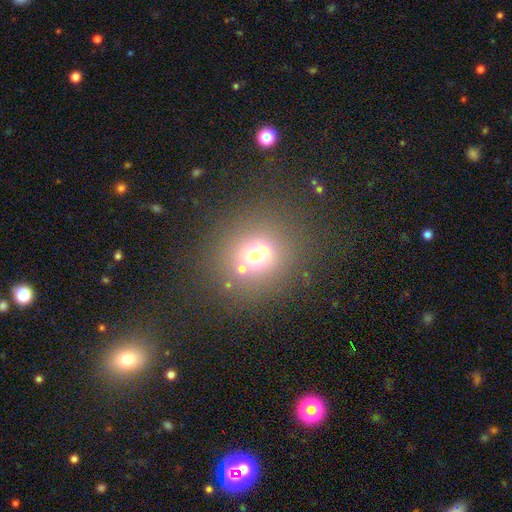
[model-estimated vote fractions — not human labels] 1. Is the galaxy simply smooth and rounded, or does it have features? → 61% smooth, 23% star or artifact, 16% featured or disk.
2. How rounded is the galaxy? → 85% round, 14% in between, 1% cigar-shaped.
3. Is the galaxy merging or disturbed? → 68% none, 16% merger, 10% minor disturbance, 6% major disturbance.